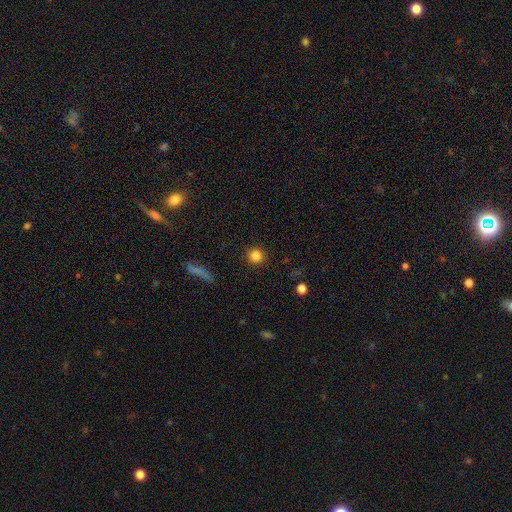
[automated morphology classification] smooth 83%, star or artifact 11%, featured or disk 6%. Down the decision tree: how rounded — round (94%); merging — none (92%).